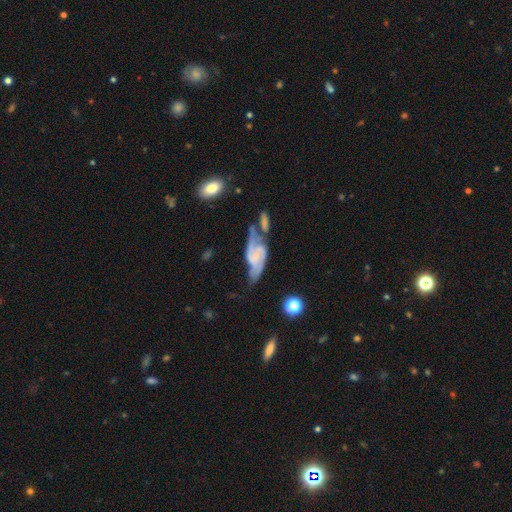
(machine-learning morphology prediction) Smooth or featured? featured or disk (78%)
Edge-on disk? no (93%)
Bar? no (57%)
Spiral arms? yes (92%)
Spiral winding? medium (42%)
Spiral arm count? 2 (79%)
Bulge size? small (46%)
Merging? none (35%)